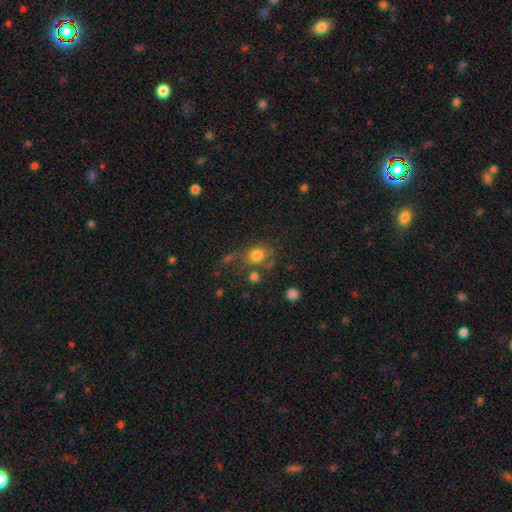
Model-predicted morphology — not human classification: The model was most divided on "how rounded": round: 58%, in between: 41%, cigar-shaped: 1%. More confident: smooth or featured — smooth (75%); merging — none (54%).